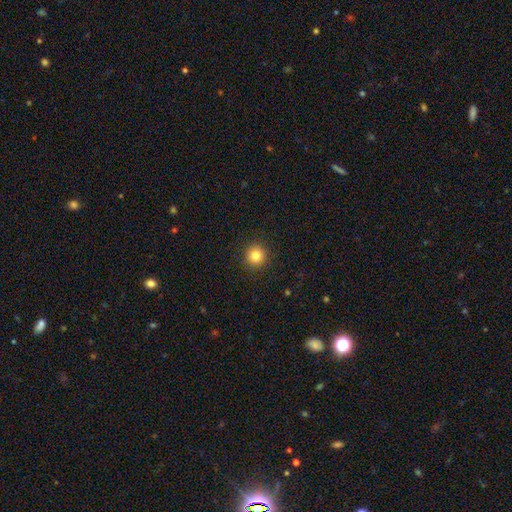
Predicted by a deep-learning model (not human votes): Smooth or featured?
  - smooth: 83% *
  - star or artifact: 12%
  - featured or disk: 6%
How rounded?
  - round: 94% *
  - in between: 5%
  - cigar-shaped: 1%
Merging?
  - none: 92% *
  - minor disturbance: 5%
  - major disturbance: 2%
  - merger: 1%